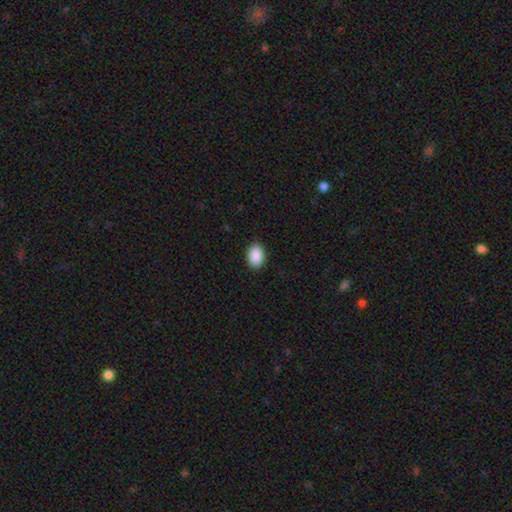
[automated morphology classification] A smooth galaxy with no disk features (90%) that is in between round and cigar-shaped (80%).

Vote fractions:
- Smooth or featured? smooth: 90% / star or artifact: 7% / featured or disk: 3%
- How rounded? in between: 80% / round: 19% / cigar-shaped: 1%
- Merging? none: 89% / minor disturbance: 8% / major disturbance: 2% / merger: 1%